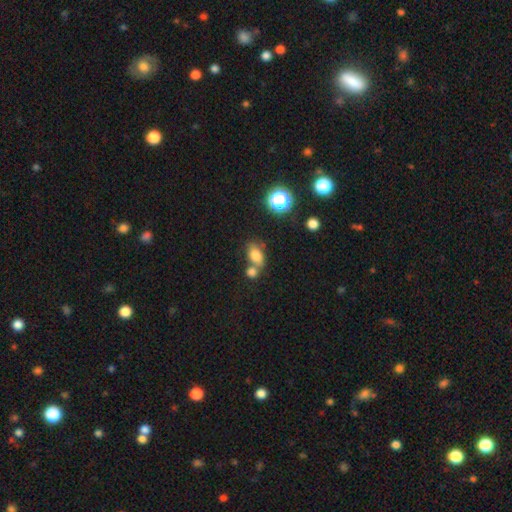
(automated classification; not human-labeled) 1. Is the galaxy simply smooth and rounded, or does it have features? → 78% smooth, 13% star or artifact, 9% featured or disk.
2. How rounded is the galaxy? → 83% in between, 15% round, 2% cigar-shaped.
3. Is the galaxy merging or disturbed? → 45% none, 38% merger, 12% minor disturbance, 5% major disturbance.